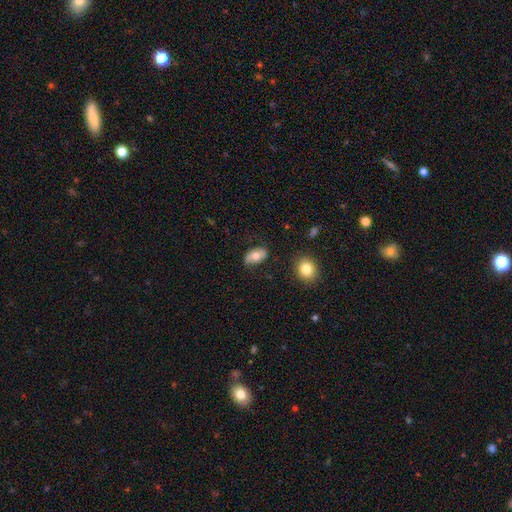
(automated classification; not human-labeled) Q: Smooth or featured?
A: smooth (62%); runner-up: featured or disk (30%)
Q: How rounded?
A: in between (89%); runner-up: round (9%)
Q: Merging?
A: none (71%); runner-up: minor disturbance (21%)